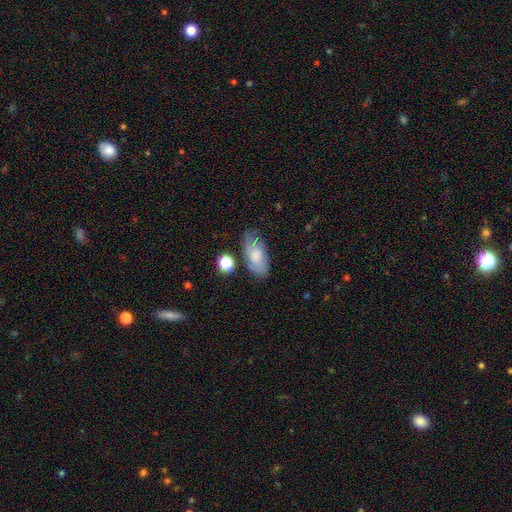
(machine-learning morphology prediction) This is possibly a smooth galaxy (55%). How rounded: clearly in between (90%). Merging: likely none (66%).